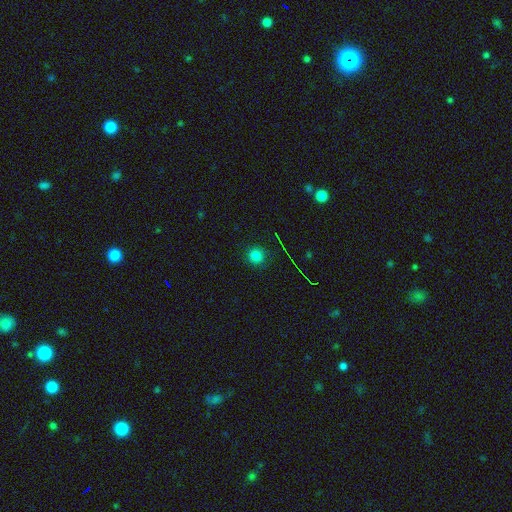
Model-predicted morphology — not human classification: smooth_or_featured: smooth (p=0.78) [alt: star or artifact p=0.16]
how_rounded: round (p=0.94) [alt: in between p=0.05]
merging: none (p=0.89) [alt: minor disturbance p=0.07]